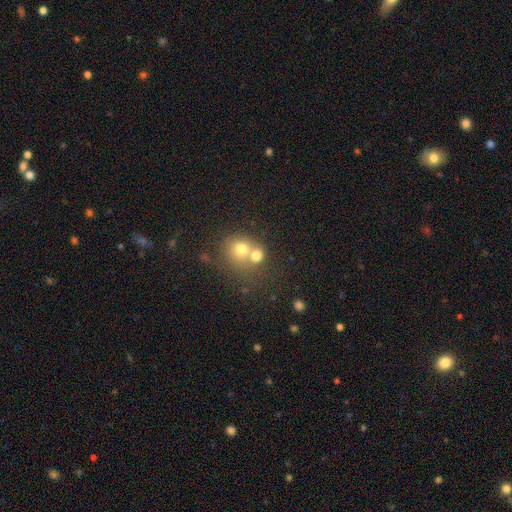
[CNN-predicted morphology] Q: Smooth or featured?
A: smooth (71%); runner-up: featured or disk (16%)
Q: How rounded?
A: round (77%); runner-up: in between (22%)
Q: Merging?
A: merger (57%); runner-up: none (33%)